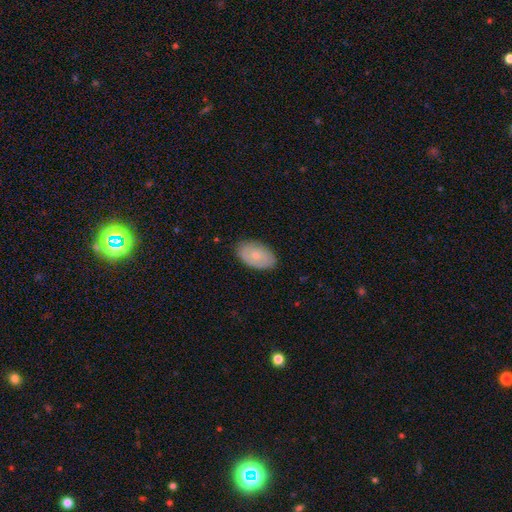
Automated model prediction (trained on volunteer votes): This appears to be a smooth galaxy with no disk features (59%) that is in between round and cigar-shaped (91%). Merging: none (83%).